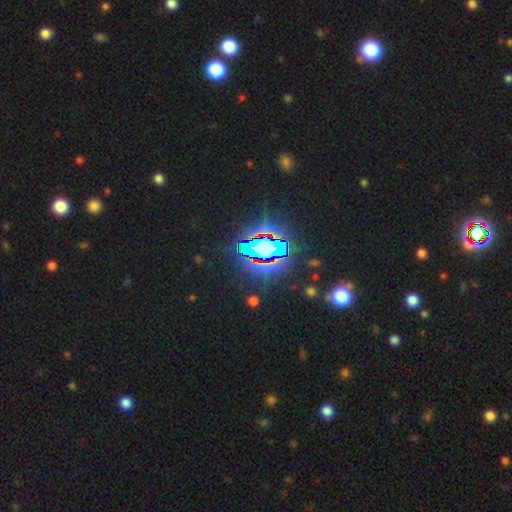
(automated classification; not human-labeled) This appears to be a star or artifact, not a galaxy (85%).